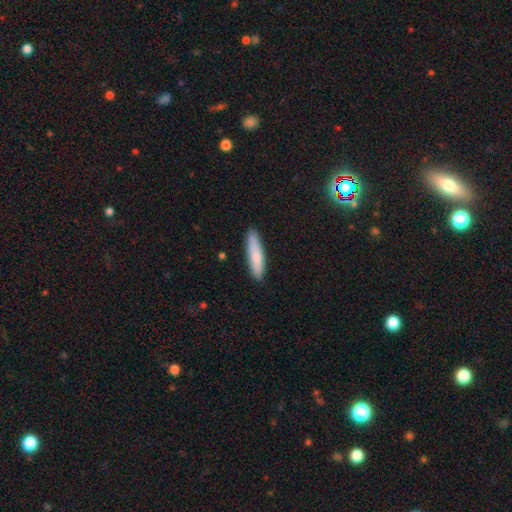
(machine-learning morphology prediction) Overall: smooth (81%). How rounded: cigar-shaped (83%). Merging: none (89%).